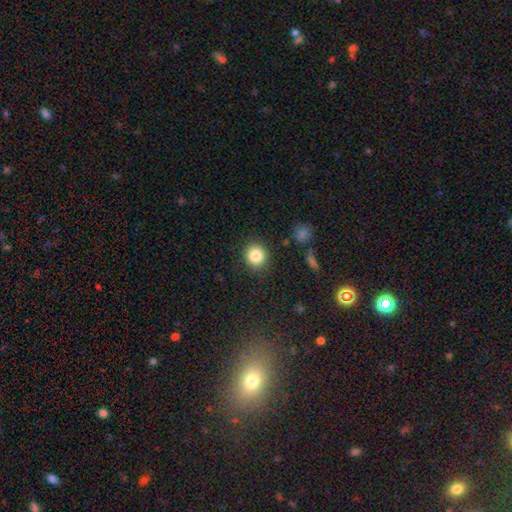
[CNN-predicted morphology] This appears to be a smooth galaxy with no disk features (84%) that is round (88%). Merging: none (89%).